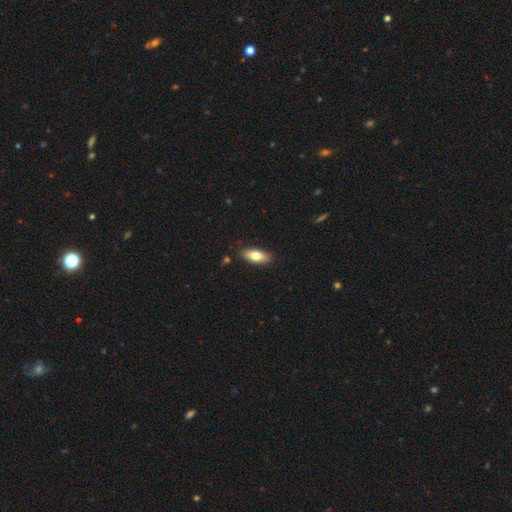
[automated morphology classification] Smooth or featured? smooth (75%)
How rounded? in between (80%)
Merging? none (87%)